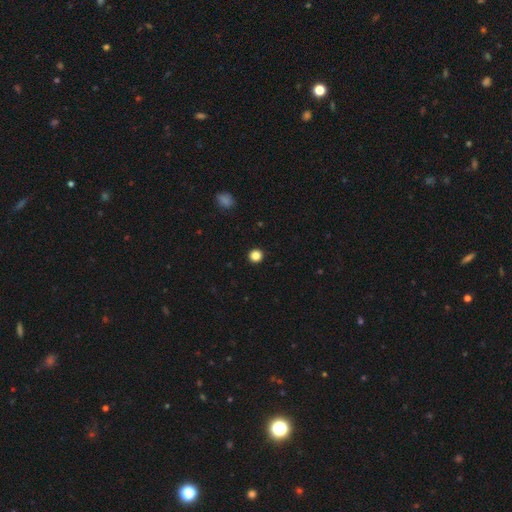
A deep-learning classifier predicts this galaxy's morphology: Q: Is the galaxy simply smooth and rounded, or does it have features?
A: smooth — 85%.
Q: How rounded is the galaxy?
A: round — 95%.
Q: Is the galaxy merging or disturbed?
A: none — 94%.